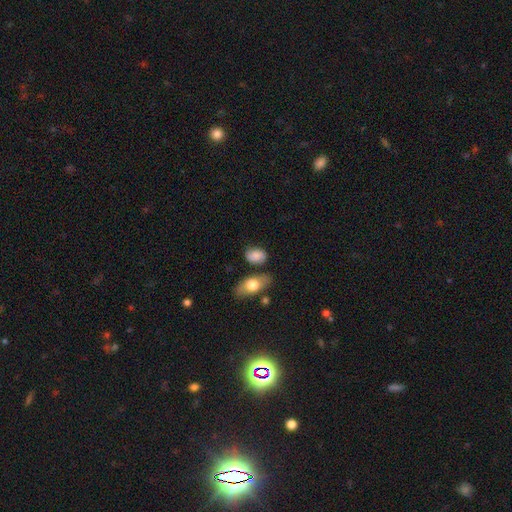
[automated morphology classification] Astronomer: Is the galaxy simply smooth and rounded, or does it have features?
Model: smooth — 83%.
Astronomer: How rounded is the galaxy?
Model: in between — 83%.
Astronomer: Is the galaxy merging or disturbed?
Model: none — 69%.